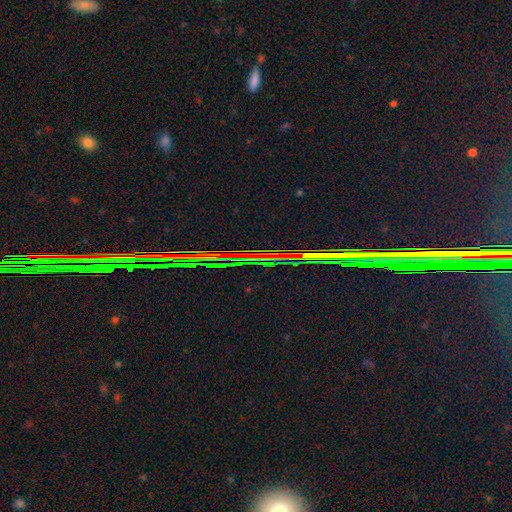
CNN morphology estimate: A star or artifact, not a galaxy (87%).

Vote fractions:
- Smooth or featured? star or artifact: 87% / featured or disk: 7% / smooth: 6%